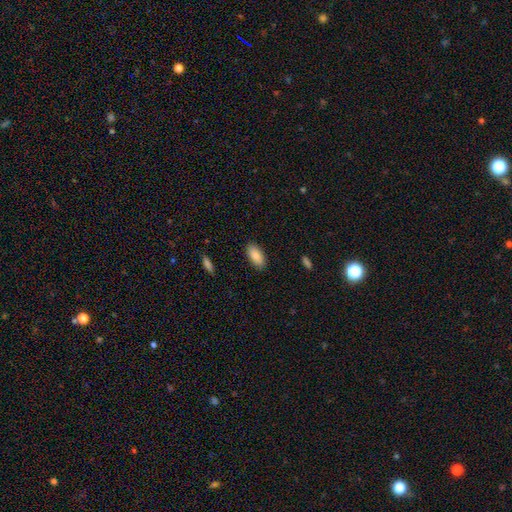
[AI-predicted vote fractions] Morphology: type=smooth (88%); roundness=in between (89%); merging=none (87%).